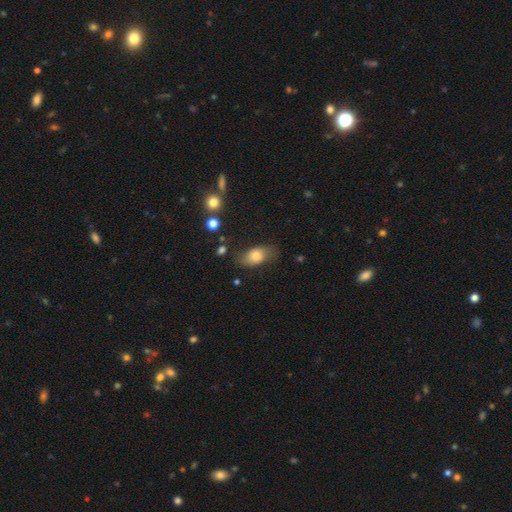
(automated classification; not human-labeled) smooth-or-featured: smooth: 73% | featured or disk: 19% | star or artifact: 8%
  how-rounded: in between: 87% | round: 10% | cigar-shaped: 3%
  merging: none: 69% | minor disturbance: 22% | major disturbance: 8% | merger: 2%